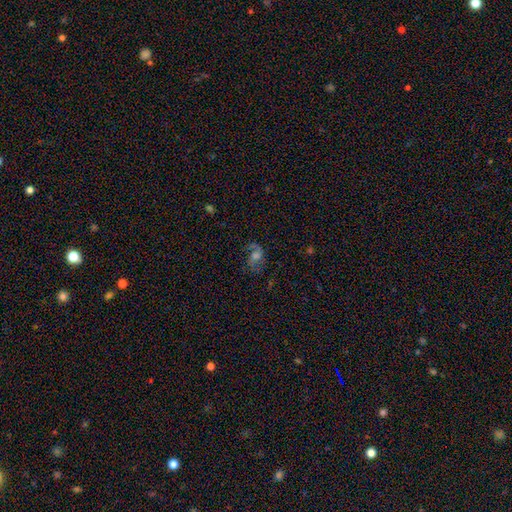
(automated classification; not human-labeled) A featured or disk galaxy (65%) with no bar (52%), 2 (80%) loose (46%) spiral arms (89%) and a moderate central bulge (48%).

Vote fractions:
- Smooth or featured? featured or disk: 65% / smooth: 20% / star or artifact: 15%
- Edge-on disk? no: 97% / yes: 3%
- Bar? no: 52% / weak: 39% / strong: 9%
- Spiral arms? yes: 89% / no: 11%
- Spiral winding? loose: 46% / medium: 43% / tight: 11%
- Spiral arm count? 2: 80% / 1: 11% / can't tell: 6% / 3: 2% / 4: 1% / more than 4: 1%
- Bulge size? moderate: 48% / small: 21% / large: 21% / none: 8% / dominant: 3%
- Merging? none: 63% / minor disturbance: 18% / major disturbance: 17% / merger: 3%